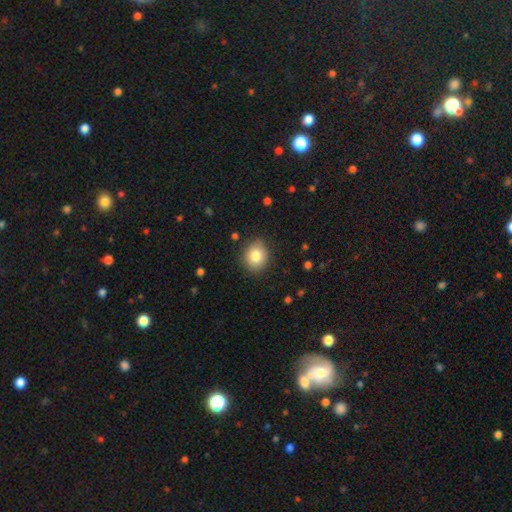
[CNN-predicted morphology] Overall: smooth (82%). How rounded: round (66%; in between 33%). Merging: none (85%).